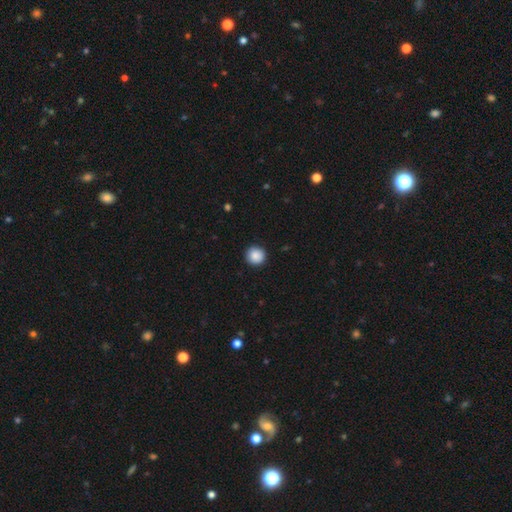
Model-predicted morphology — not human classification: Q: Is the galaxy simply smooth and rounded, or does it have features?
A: smooth — 88%.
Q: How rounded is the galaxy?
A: round — 95%.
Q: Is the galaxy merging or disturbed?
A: none — 91%.